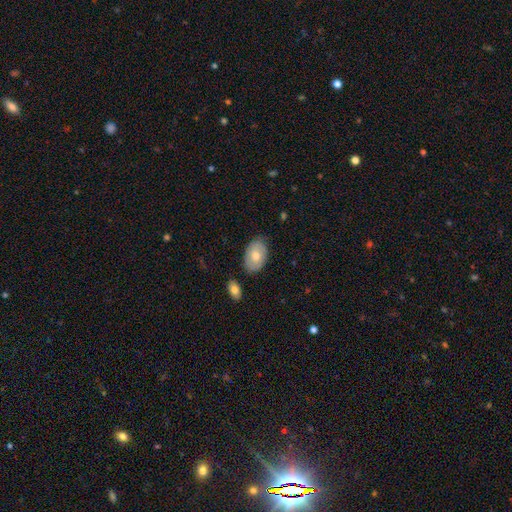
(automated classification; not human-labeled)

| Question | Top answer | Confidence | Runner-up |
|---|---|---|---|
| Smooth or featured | smooth | 73% | featured or disk (21%) |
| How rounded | in between | 91% | round (8%) |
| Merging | none | 80% | minor disturbance (15%) |